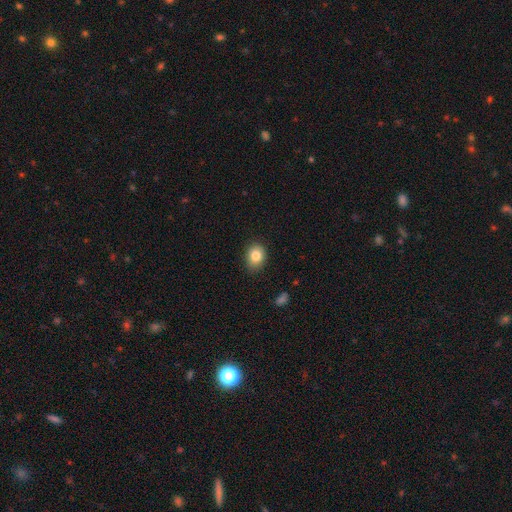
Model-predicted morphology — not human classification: Overall: smooth (83%). How rounded: round (50%; in between 49%). Merging: none (86%).